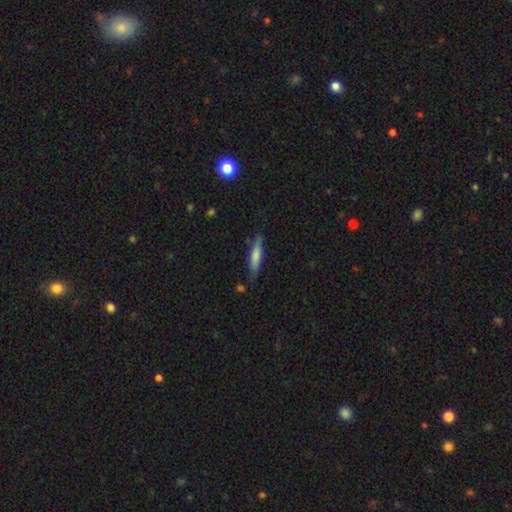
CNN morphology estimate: Q: Smooth or featured?
A: smooth (70%); runner-up: featured or disk (24%)
Q: How rounded?
A: cigar-shaped (81%); runner-up: in between (17%)
Q: Merging?
A: none (76%); runner-up: minor disturbance (18%)